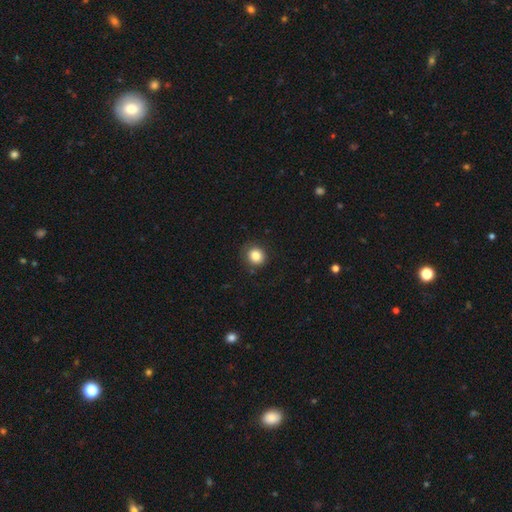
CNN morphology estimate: A smooth galaxy with no disk features (84%) that is round (85%). Merging: none (83%).